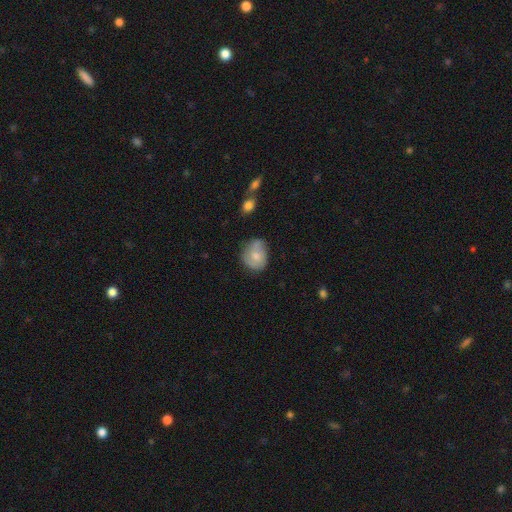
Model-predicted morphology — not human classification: A smooth galaxy with no disk features (56%) that is round (56%). Merging: none (55%).